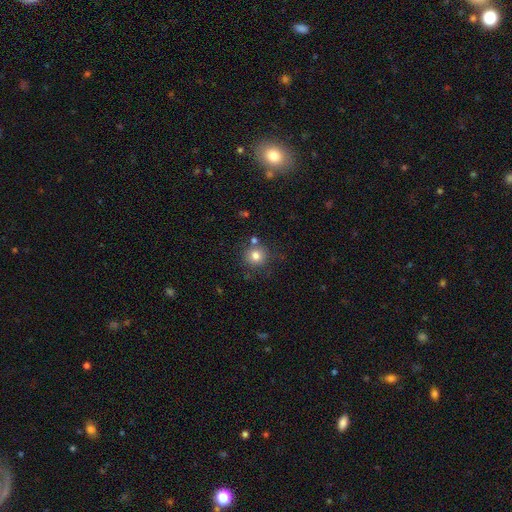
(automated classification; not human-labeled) This appears to be a smooth galaxy with no disk features (80%) that is round (91%). Merging: none (77%).